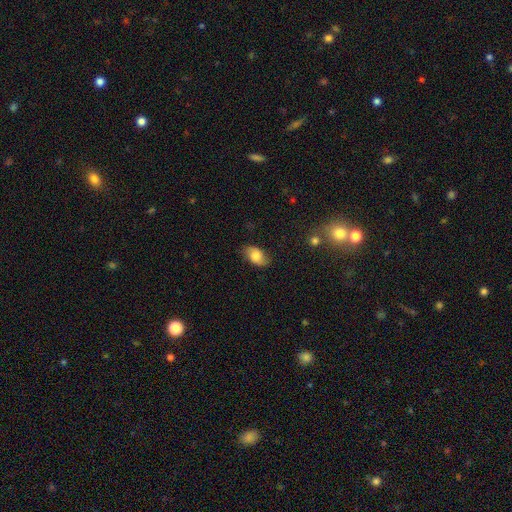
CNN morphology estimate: Smooth or featured? Predicted: smooth (p=0.69). How rounded? Predicted: in between (p=0.90). Merging? Predicted: none (p=0.77).